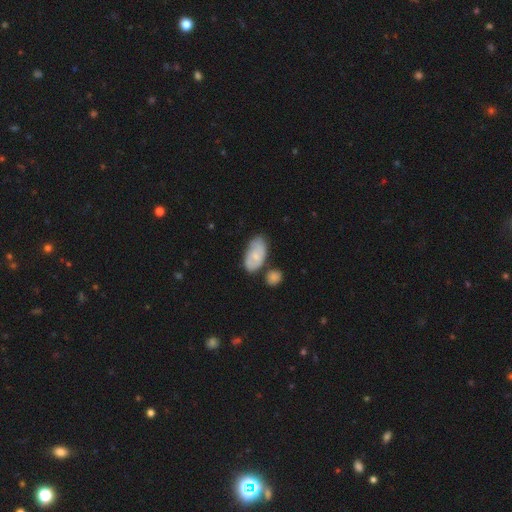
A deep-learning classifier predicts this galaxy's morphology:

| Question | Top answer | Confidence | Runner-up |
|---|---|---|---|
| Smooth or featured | smooth | 59% | featured or disk (35%) |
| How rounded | in between | 93% | round (4%) |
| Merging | none | 57% | minor disturbance (24%) |